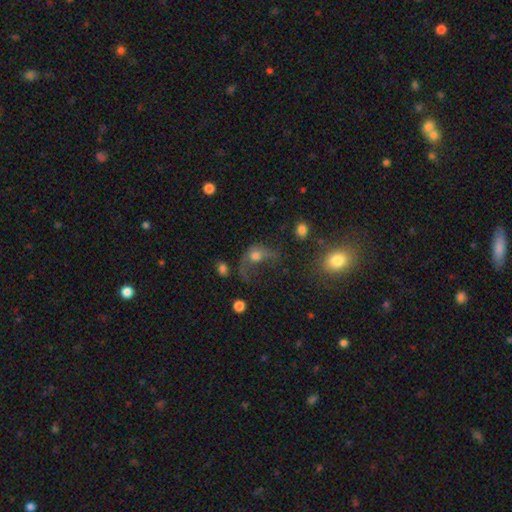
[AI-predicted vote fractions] Overall: smooth (52%; featured or disk 34%). How rounded: round (51%; in between 46%). Merging: major disturbance (60%).